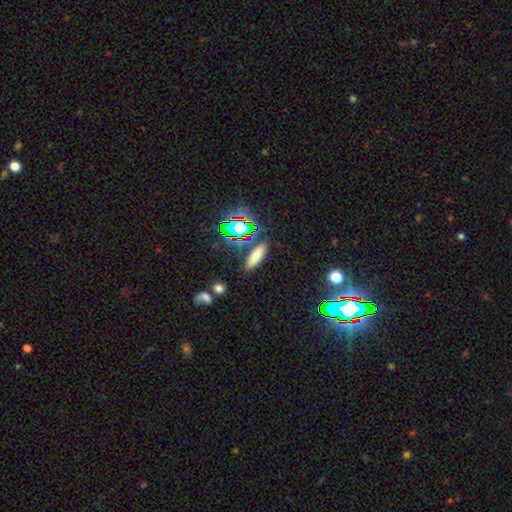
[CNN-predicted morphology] smooth 69%, star or artifact 22%, featured or disk 9%. Down the decision tree: how rounded — cigar-shaped (49%); merging — none (82%).